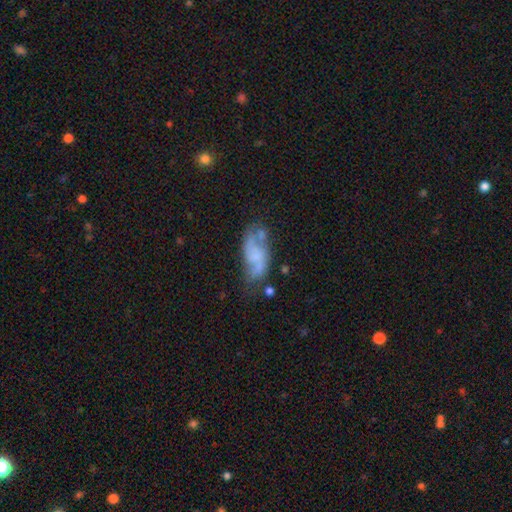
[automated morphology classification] Smooth or featured? featured or disk (61%)
Edge-on disk? no (94%)
Bar? no (66%)
Spiral arms? yes (72%)
Bulge size? none (56%)
Merging? none (42%)